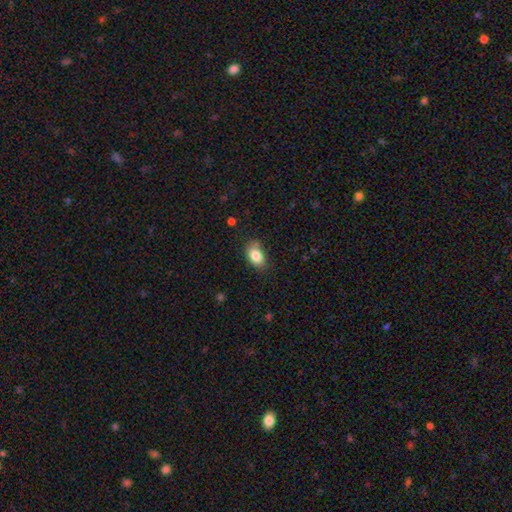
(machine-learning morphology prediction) The model was most divided on "merging": none: 75%, minor disturbance: 18%, major disturbance: 4%, merger: 3%. More confident: how rounded — in between (89%); smooth or featured — smooth (84%).